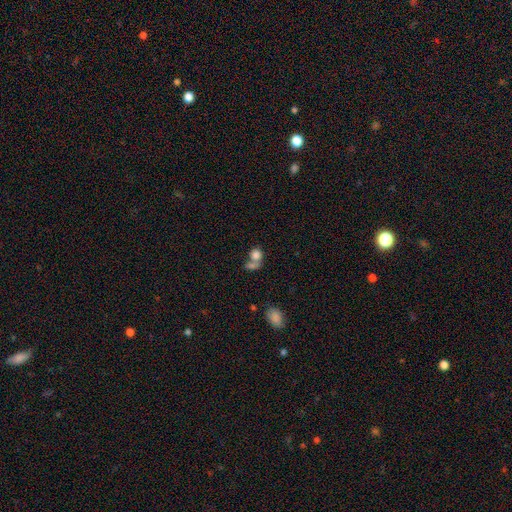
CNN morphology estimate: Smooth or featured? Predicted: smooth (p=0.80). How rounded? Predicted: round (p=0.66). Merging? Predicted: merger (p=0.52).